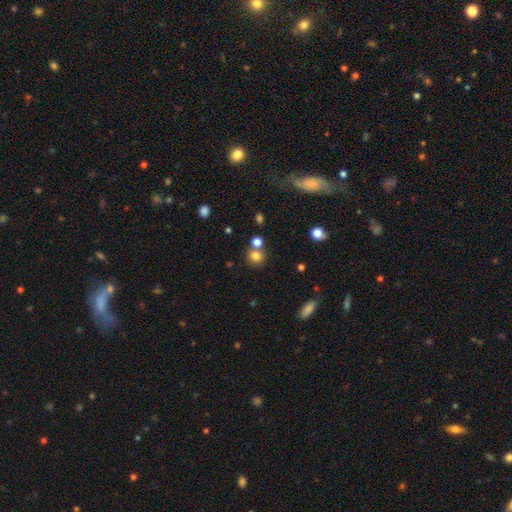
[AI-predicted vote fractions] Morphology: type=smooth (78%); roundness=round (83%); merging=none (62%).